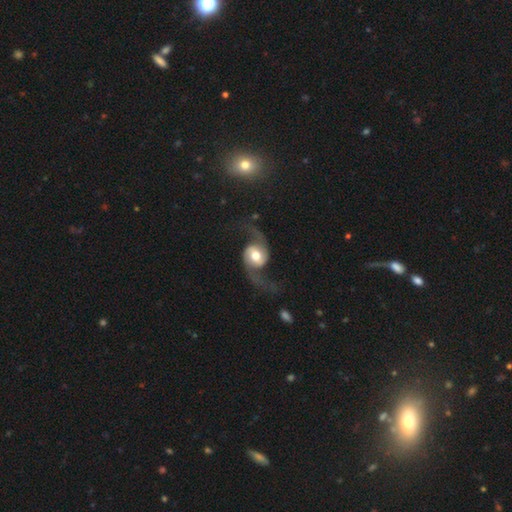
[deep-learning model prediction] featured or disk 87%, smooth 8%, star or artifact 5%. Down the decision tree: edge-on disk — no (97%); bar — no (54%); spiral arms — yes (96%); spiral arm count — 2 (94%); spiral winding — loose (80%); bulge size — moderate (61%); merging — none (69%).